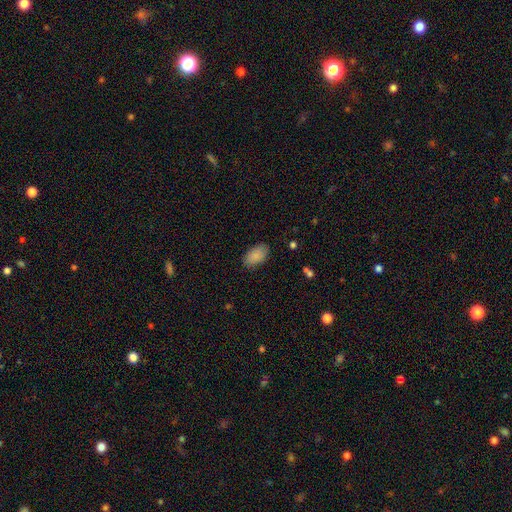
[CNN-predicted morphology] Q: Smooth or featured?
A: smooth (89%); runner-up: star or artifact (7%)
Q: How rounded?
A: in between (94%); runner-up: round (5%)
Q: Merging?
A: none (86%); runner-up: minor disturbance (11%)